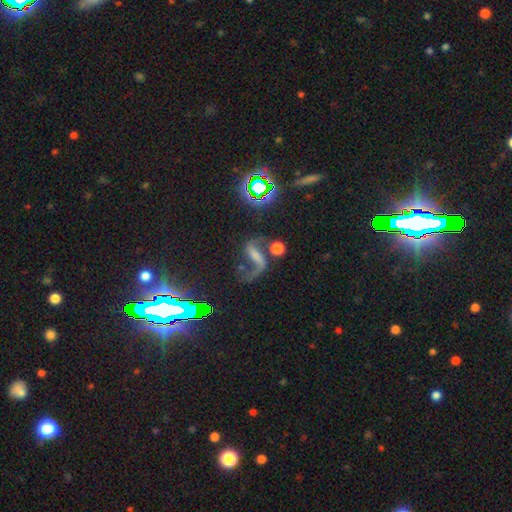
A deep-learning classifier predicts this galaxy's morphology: This appears to be a featured or disk galaxy (70%) with a strong bar (48%), 2 (76%) loose (81%) spiral arms (90%) and no central bulge (43%). Merging: none (46%).